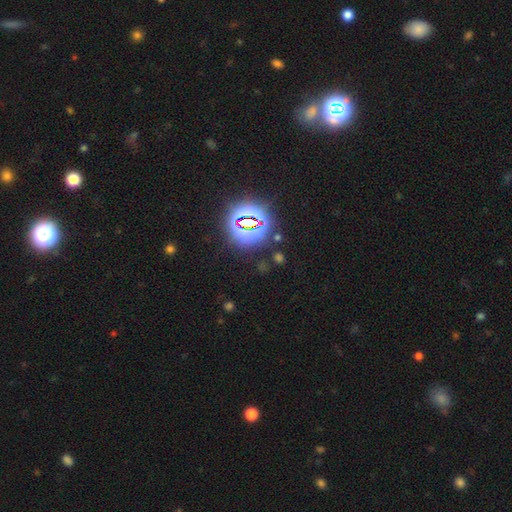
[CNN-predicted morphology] Smooth or featured? star or artifact (81%)